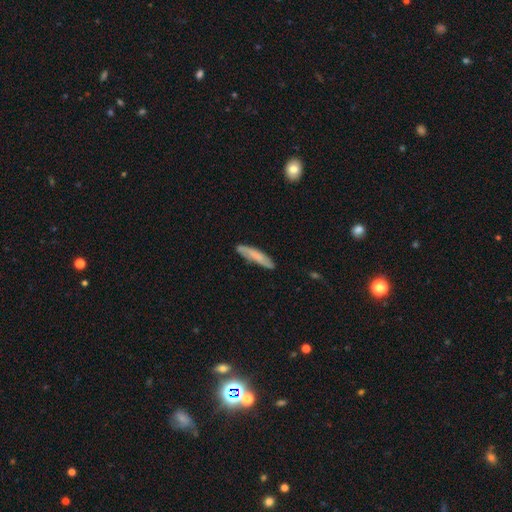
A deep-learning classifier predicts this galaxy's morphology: The model was most divided on "smooth or featured": smooth: 64%, featured or disk: 30%, star or artifact: 7%. More confident: how rounded — cigar-shaped (84%); merging — none (78%).